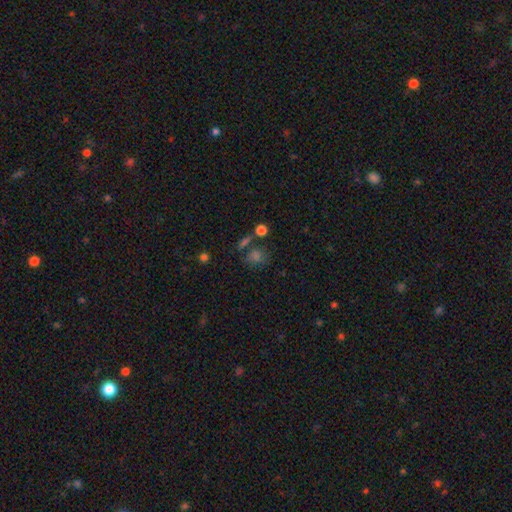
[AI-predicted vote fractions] Morphology: type=smooth (62%); roundness=round (61%); merging=none (61%).